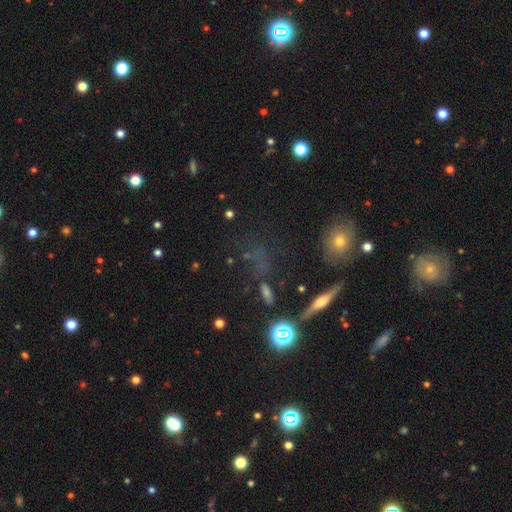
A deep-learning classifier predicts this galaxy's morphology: Smooth or featured? star or artifact (41%)